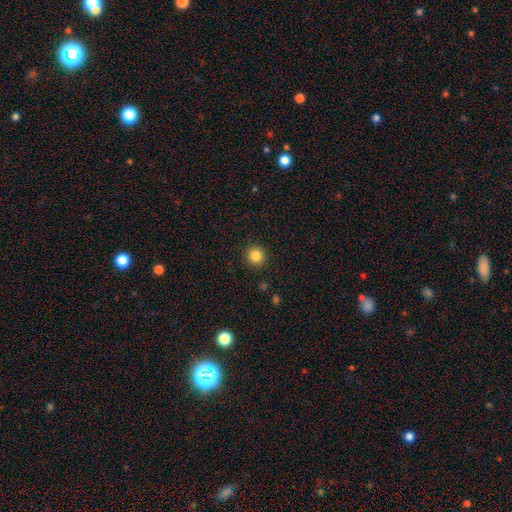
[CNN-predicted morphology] Smooth or featured? Predicted: smooth (p=0.85). How rounded? Predicted: round (p=0.94). Merging? Predicted: none (p=0.92).